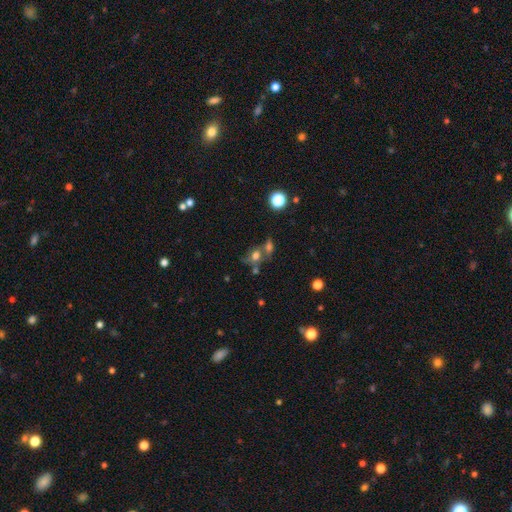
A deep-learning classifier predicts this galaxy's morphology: smooth_or_featured: smooth (p=0.59) [alt: featured or disk p=0.22]
how_rounded: round (p=0.55) [alt: in between p=0.42]
merging: merger (p=0.41) [alt: none p=0.37]